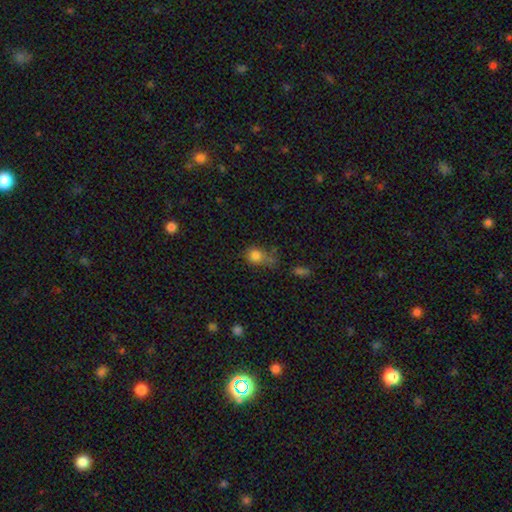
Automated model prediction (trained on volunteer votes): The model was most divided on "merging": none: 37%, minor disturbance: 27%, major disturbance: 19%, merger: 17%. More confident: smooth or featured — smooth (79%); how rounded — round (59%).